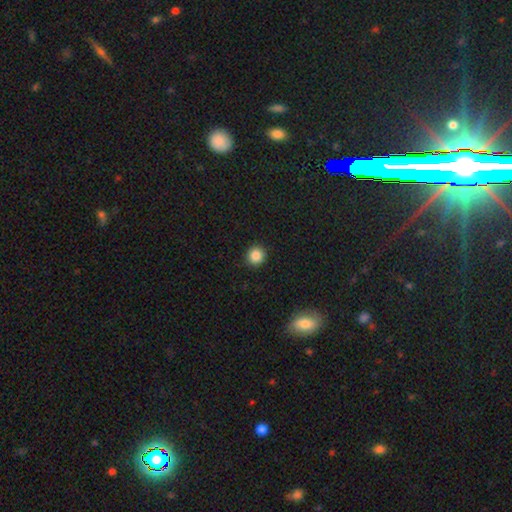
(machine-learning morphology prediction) This is clearly a smooth galaxy (85%). How rounded: clearly round (92%). Merging: clearly none (92%).